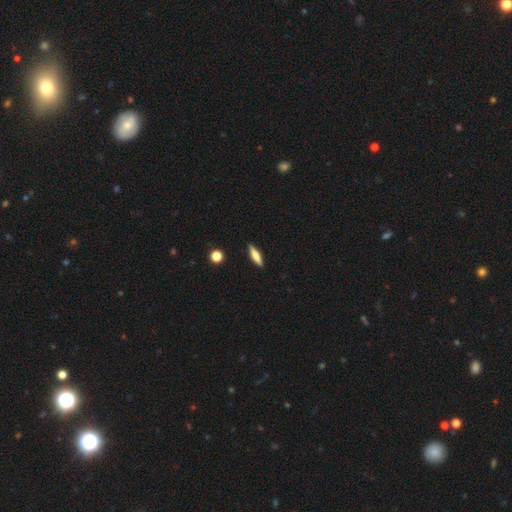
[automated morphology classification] Smooth or featured? Predicted: smooth (p=0.68). How rounded? Predicted: cigar-shaped (p=0.68). Merging? Predicted: none (p=0.89).